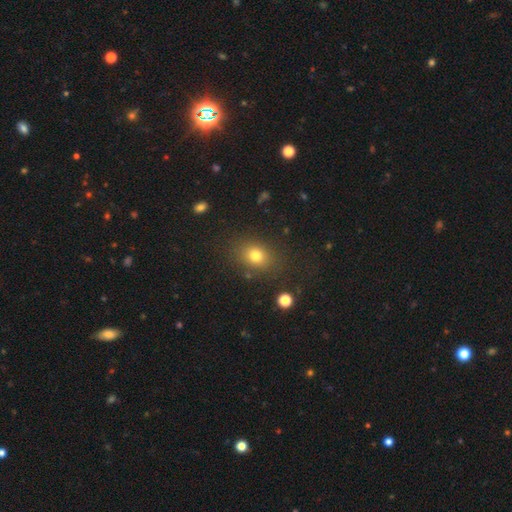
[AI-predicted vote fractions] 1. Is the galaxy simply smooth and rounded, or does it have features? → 77% smooth, 14% star or artifact, 9% featured or disk.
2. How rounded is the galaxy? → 51% in between, 48% round, 1% cigar-shaped.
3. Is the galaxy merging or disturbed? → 82% none, 11% minor disturbance, 5% major disturbance, 2% merger.